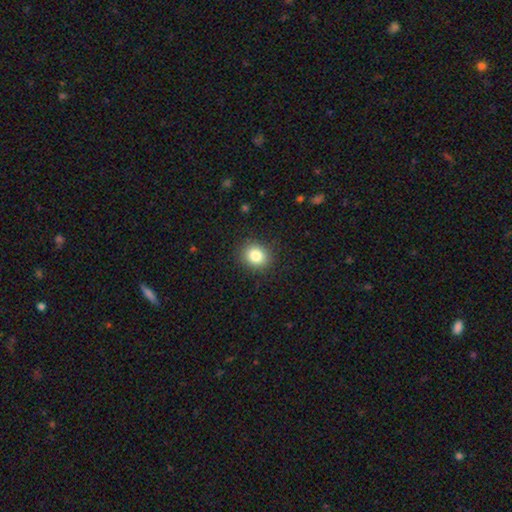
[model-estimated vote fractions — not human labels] Overall: smooth (84%). How rounded: round (73%). Merging: none (88%).